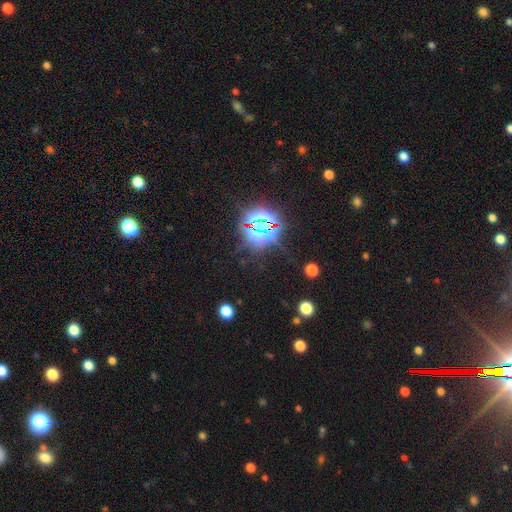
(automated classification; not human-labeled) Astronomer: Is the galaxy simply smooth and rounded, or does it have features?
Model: star or artifact — 82%.